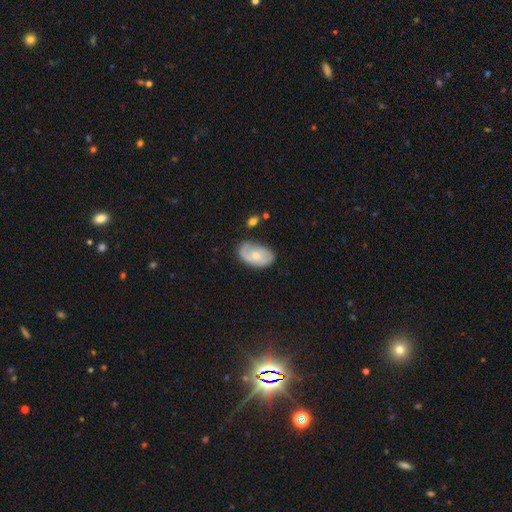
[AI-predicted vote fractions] Smooth or featured?
  - featured or disk: 49% *
  - smooth: 44%
  - star or artifact: 6%
Merging?
  - none: 61% *
  - minor disturbance: 28%
  - major disturbance: 9%
  - merger: 3%